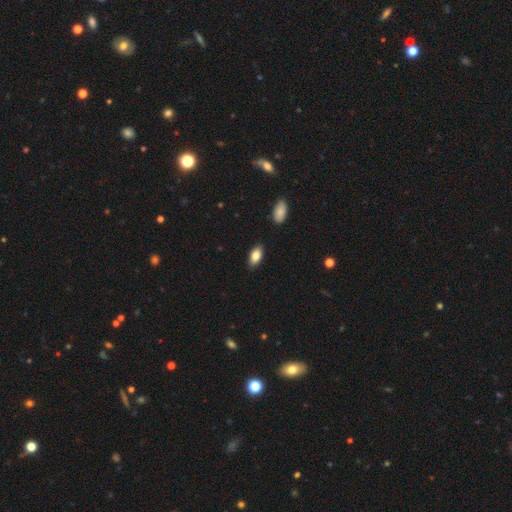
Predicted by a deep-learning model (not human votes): Morphology: type=smooth (84%); roundness=in between (92%); merging=none (87%).